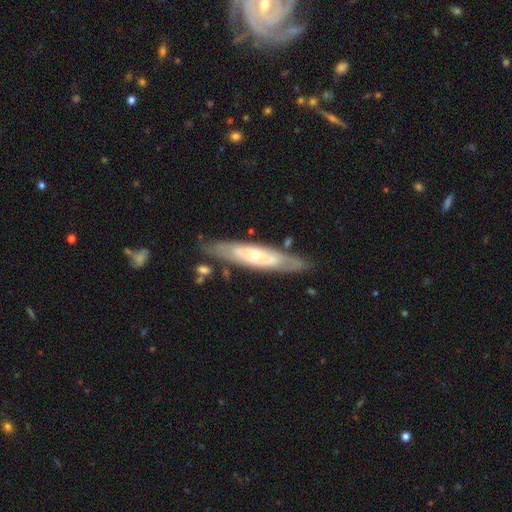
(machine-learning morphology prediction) Smooth or featured?
  - featured or disk: 63% *
  - smooth: 31%
  - star or artifact: 5%
Edge-on disk?
  - no: 56% *
  - yes: 44%
Merging?
  - none: 79% *
  - minor disturbance: 14%
  - major disturbance: 4%
  - merger: 3%